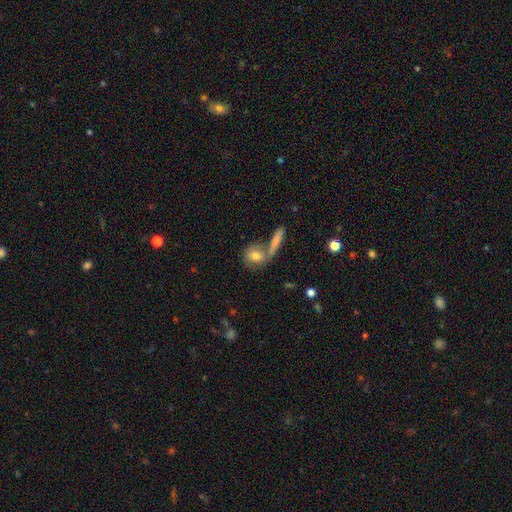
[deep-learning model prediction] smooth_or_featured: smooth (p=0.69) [alt: featured or disk p=0.22]
how_rounded: round (p=0.55) [alt: in between p=0.34]
merging: none (p=0.50) [alt: merger p=0.33]